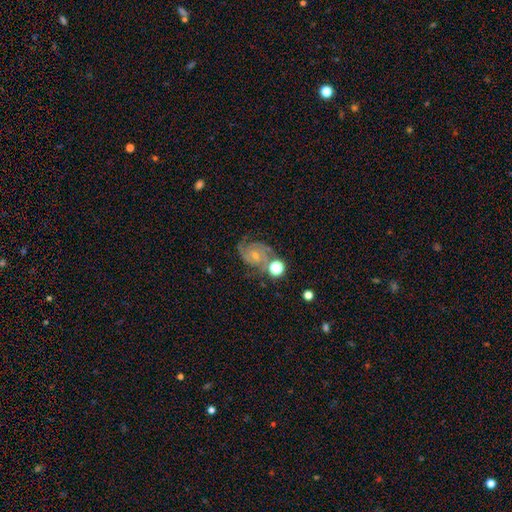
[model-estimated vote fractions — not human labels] A featured or disk galaxy (80%) with no bar (63%), 2 (56%) tight (52%) spiral arms (97%) and a small central bulge (62%). Merging: none (62%).